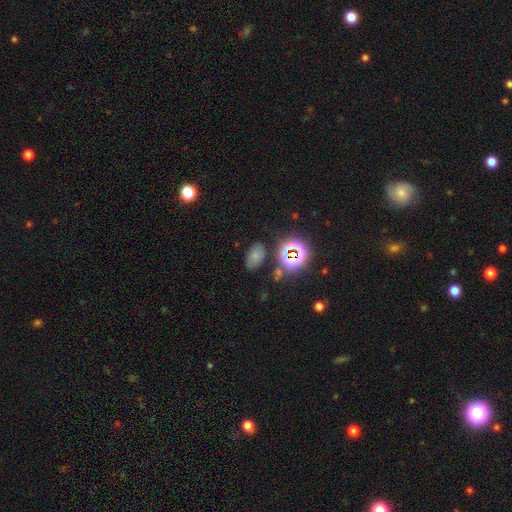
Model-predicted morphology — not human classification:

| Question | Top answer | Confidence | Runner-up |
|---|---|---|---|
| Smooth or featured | smooth | 65% | star or artifact (24%) |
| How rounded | in between | 87% | round (11%) |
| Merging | none | 74% | minor disturbance (15%) |